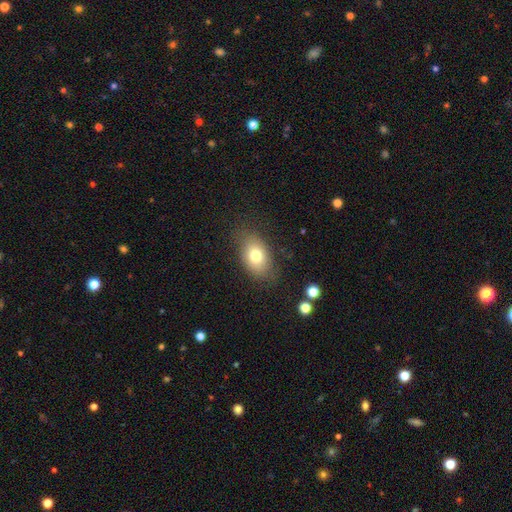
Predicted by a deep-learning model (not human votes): Smooth or featured?
  - smooth: 75% *
  - featured or disk: 15%
  - star or artifact: 10%
How rounded?
  - in between: 83% *
  - round: 15%
  - cigar-shaped: 2%
Merging?
  - none: 78% *
  - minor disturbance: 16%
  - major disturbance: 5%
  - merger: 2%